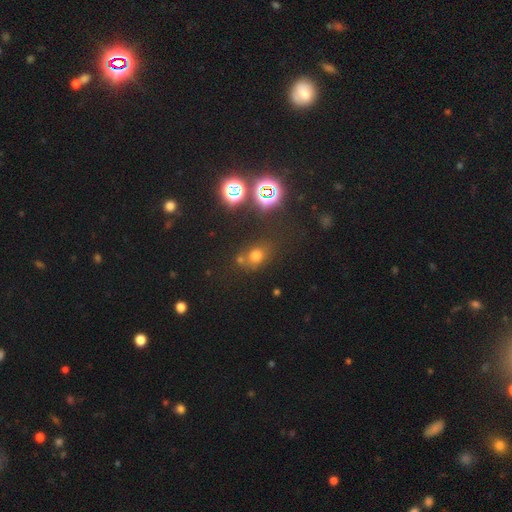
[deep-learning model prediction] smooth-or-featured: smooth: 61% | star or artifact: 30% | featured or disk: 9%
  how-rounded: round: 61% | in between: 38% | cigar-shaped: 2%
  merging: none: 66% | minor disturbance: 14% | merger: 13% | major disturbance: 6%